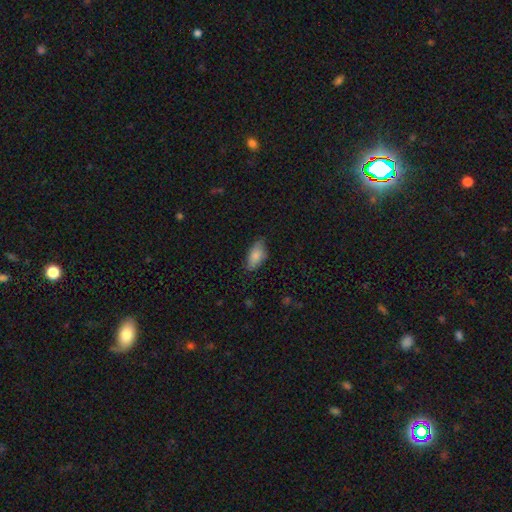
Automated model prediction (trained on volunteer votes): A smooth galaxy with no disk features (84%) that is in between round and cigar-shaped (91%).

Vote fractions:
- Smooth or featured? smooth: 84% / featured or disk: 9% / star or artifact: 6%
- How rounded? in between: 91% / cigar-shaped: 7% / round: 3%
- Merging? none: 74% / minor disturbance: 21% / major disturbance: 4% / merger: 1%